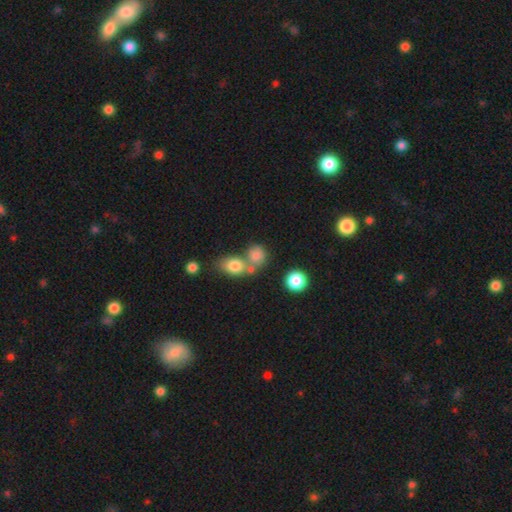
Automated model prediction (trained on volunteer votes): This is likely a smooth galaxy (77%). How rounded: likely round (68%). Merging: possibly none (47%).